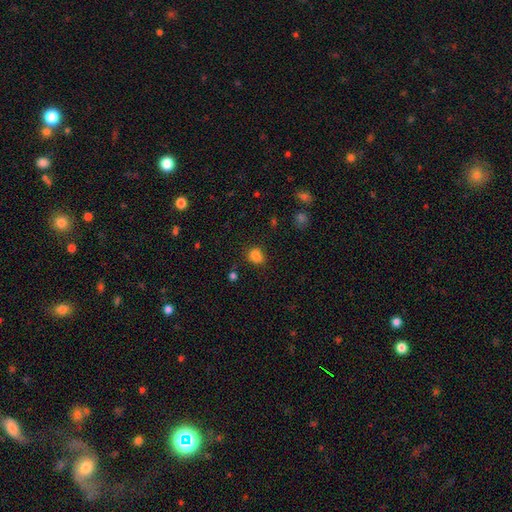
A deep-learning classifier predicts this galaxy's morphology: Q: Smooth or featured?
A: smooth (83%); runner-up: star or artifact (12%)
Q: How rounded?
A: in between (54%); runner-up: round (45%)
Q: Merging?
A: none (71%); runner-up: minor disturbance (18%)